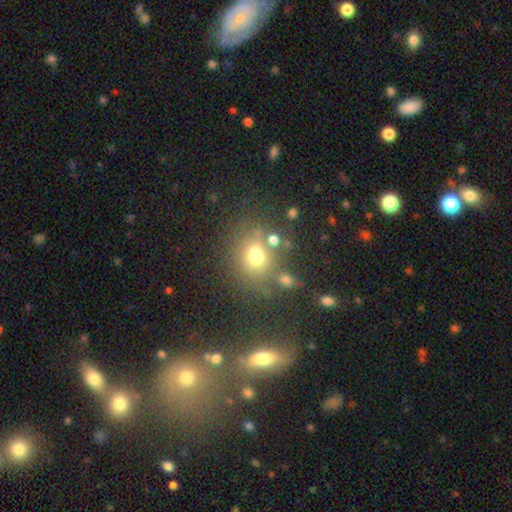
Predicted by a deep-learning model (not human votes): Smooth or featured: smooth — 66% (star or artifact — 20%)
How rounded: round — 63% (in between — 36%)
Merging: none — 63% (merger — 15%)